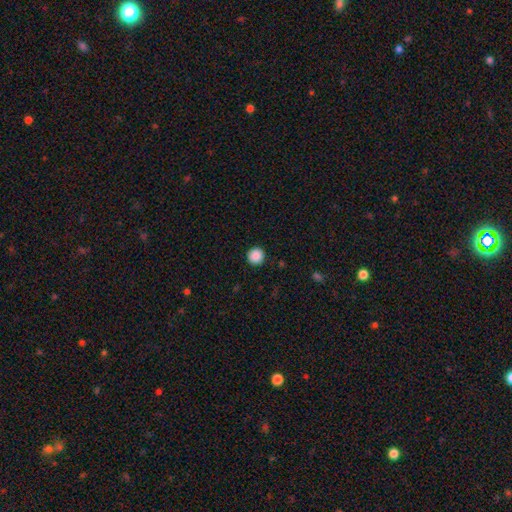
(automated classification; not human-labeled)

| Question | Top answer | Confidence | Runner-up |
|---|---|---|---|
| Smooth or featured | smooth | 88% | star or artifact (9%) |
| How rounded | round | 96% | in between (3%) |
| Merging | none | 93% | minor disturbance (4%) |